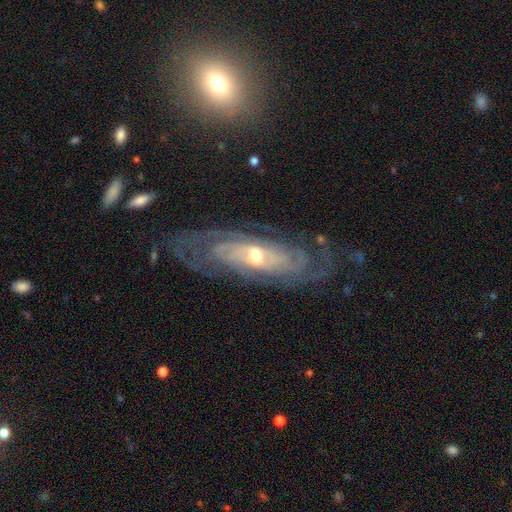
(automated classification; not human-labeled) smooth-or-featured: featured or disk: 87% | smooth: 7% | star or artifact: 6%
  disk-edge-on: no: 85% | yes: 15%
    bar: no: 61% | weak: 27% | strong: 12%
    has-spiral-arms: yes: 94% | no: 6%
      spiral-winding: tight: 70% | medium: 23% | loose: 6%
      spiral-arm-count: can't tell: 44% | 2: 19% | 3: 14% | 4: 10% | more than 4: 7% | 1: 5%
    bulge-size: moderate: 59% | small: 34% | large: 4% | none: 1% | dominant: 1%
  merging: none: 73% | minor disturbance: 16% | major disturbance: 9% | merger: 2%